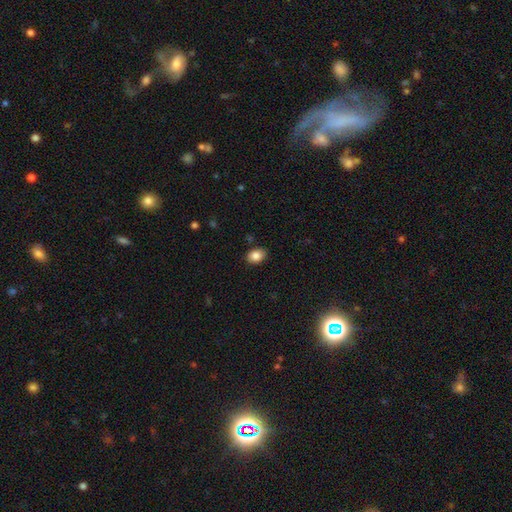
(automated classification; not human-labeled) smooth-or-featured: smooth: 87% | star or artifact: 9% | featured or disk: 5%
  how-rounded: in between: 73% | round: 27% | cigar-shaped: 1%
  merging: none: 87% | minor disturbance: 9% | major disturbance: 2% | merger: 1%